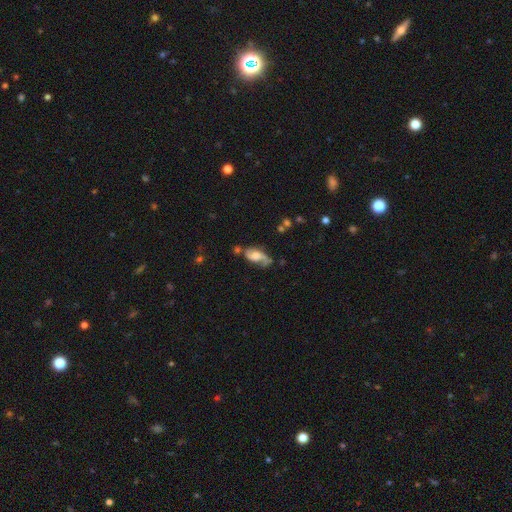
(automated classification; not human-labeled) A featured or disk galaxy (67%) with no bar (58%), 2 (75%) loose (45%) spiral arms (91%) and a moderate central bulge (32%).

Vote fractions:
- Smooth or featured? featured or disk: 67% / smooth: 25% / star or artifact: 8%
- Edge-on disk? no: 93% / yes: 7%
- Bar? no: 58% / weak: 34% / strong: 8%
- Spiral arms? yes: 91% / no: 9%
- Spiral winding? loose: 45% / medium: 39% / tight: 16%
- Spiral arm count? 2: 75% / 1: 17% / can't tell: 6% / 3: 1% / 4: 1% / more than 4: 1%
- Bulge size? moderate: 32% / large: 31% / small: 17% / none: 16% / dominant: 4%
- Merging? none: 50% / minor disturbance: 25% / major disturbance: 16% / merger: 9%